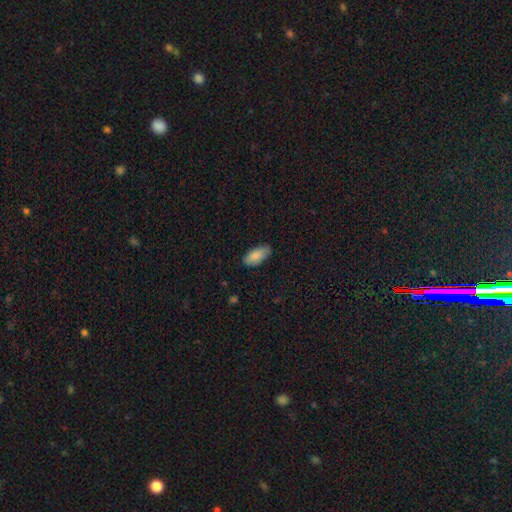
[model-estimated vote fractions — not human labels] Smooth or featured? Predicted: smooth (p=0.86). How rounded? Predicted: in between (p=0.91). Merging? Predicted: none (p=0.78).